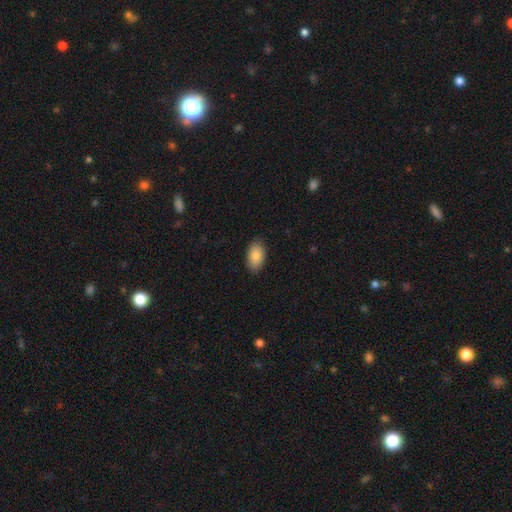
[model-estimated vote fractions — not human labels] A smooth galaxy with no disk features (84%) that is in between round and cigar-shaped (94%). Merging: none (87%).